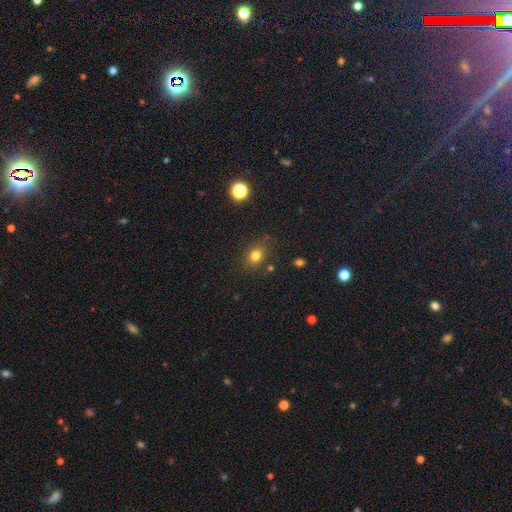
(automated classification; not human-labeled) smooth 77%, star or artifact 16%, featured or disk 7%. Down the decision tree: how rounded — round (65%); merging — none (80%).